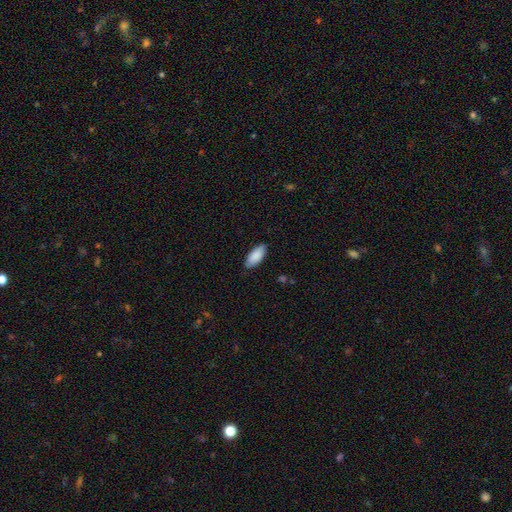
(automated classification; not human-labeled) Morphology: type=smooth (89%); roundness=in between (87%); merging=none (85%).